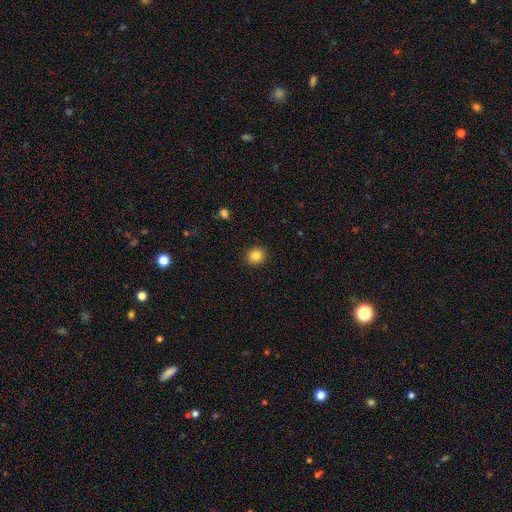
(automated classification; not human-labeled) A smooth galaxy with no disk features (85%) that is round (87%). Merging: none (91%).